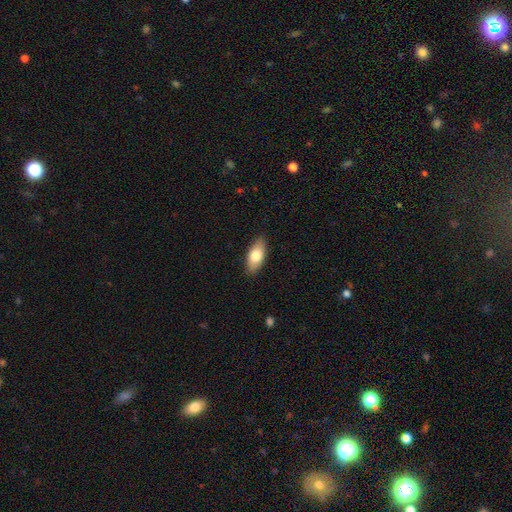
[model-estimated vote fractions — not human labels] Q: Smooth or featured?
A: smooth (75%); runner-up: featured or disk (18%)
Q: How rounded?
A: in between (86%); runner-up: cigar-shaped (10%)
Q: Merging?
A: none (88%); runner-up: minor disturbance (9%)